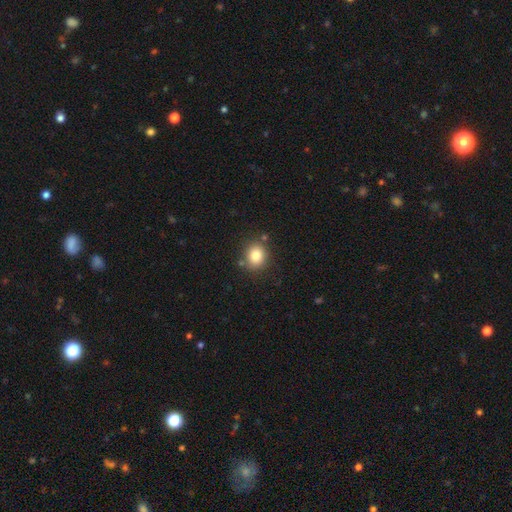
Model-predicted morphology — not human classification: type=smooth (81%); roundness=round (70%); merging=none (81%).